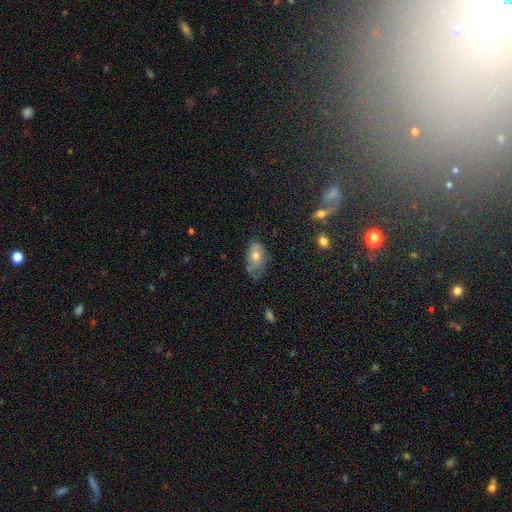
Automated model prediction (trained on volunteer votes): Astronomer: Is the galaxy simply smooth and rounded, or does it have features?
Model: smooth — 50% (runner-up: featured or disk, 38%).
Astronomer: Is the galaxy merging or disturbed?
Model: none — 54% (runner-up: minor disturbance, 33%).